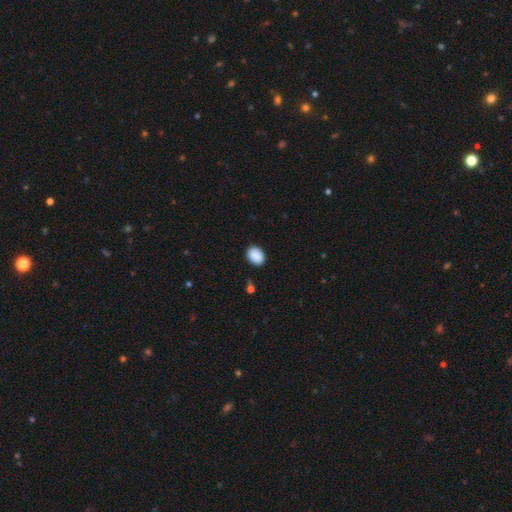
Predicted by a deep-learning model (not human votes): smooth 90%, star or artifact 7%, featured or disk 3%. Down the decision tree: how rounded — in between (67%); merging — none (86%).